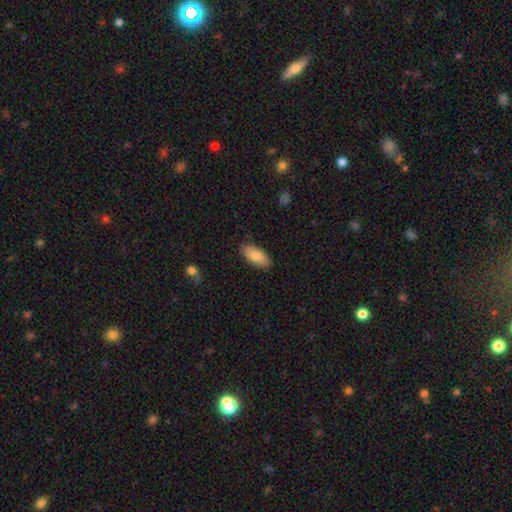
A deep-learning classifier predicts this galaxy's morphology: A smooth galaxy with no disk features (80%) that is in between round and cigar-shaped (90%).

Vote fractions:
- Smooth or featured? smooth: 80% / featured or disk: 14% / star or artifact: 6%
- How rounded? in between: 90% / cigar-shaped: 8% / round: 2%
- Merging? none: 83% / minor disturbance: 13% / major disturbance: 2% / merger: 1%